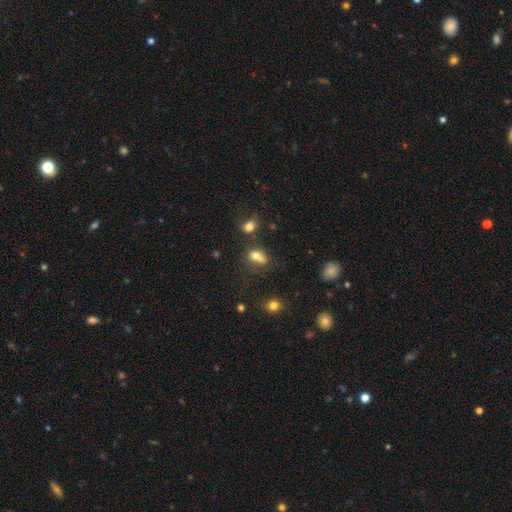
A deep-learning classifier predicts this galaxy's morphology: A smooth galaxy with no disk features (70%) that is in between round and cigar-shaped (54%).

Vote fractions:
- Smooth or featured? smooth: 70% / star or artifact: 15% / featured or disk: 15%
- How rounded? in between: 54% / round: 42% / cigar-shaped: 4%
- Merging? merger: 43% / none: 36% / minor disturbance: 14% / major disturbance: 8%